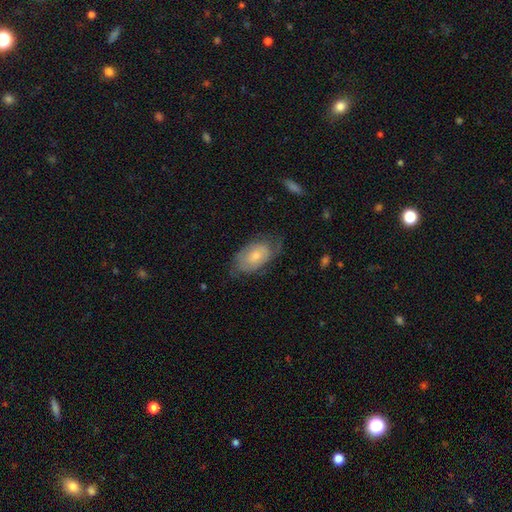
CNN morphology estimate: smooth-or-featured: smooth: 57% | featured or disk: 36% | star or artifact: 6%
  how-rounded: in between: 92% | round: 6% | cigar-shaped: 2%
  merging: none: 56% | minor disturbance: 29% | major disturbance: 14% | merger: 1%